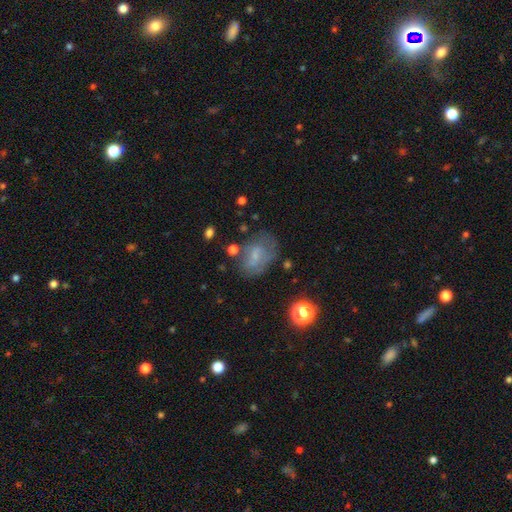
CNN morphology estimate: This is possibly a smooth galaxy (48%). Merging: possibly none (51%).